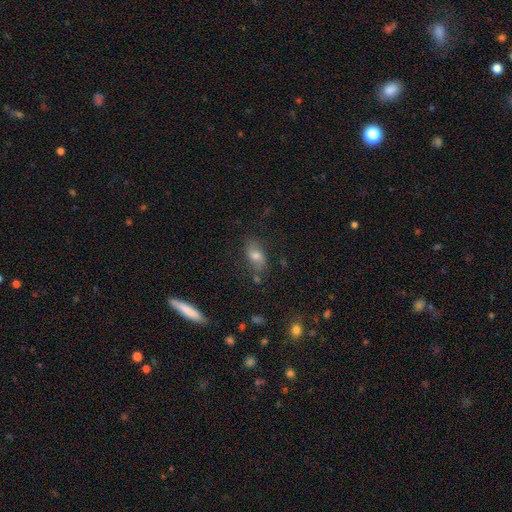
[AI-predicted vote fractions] This appears to be a smooth galaxy with no disk features (63%) that is in between round and cigar-shaped (79%). Merging: none (71%).